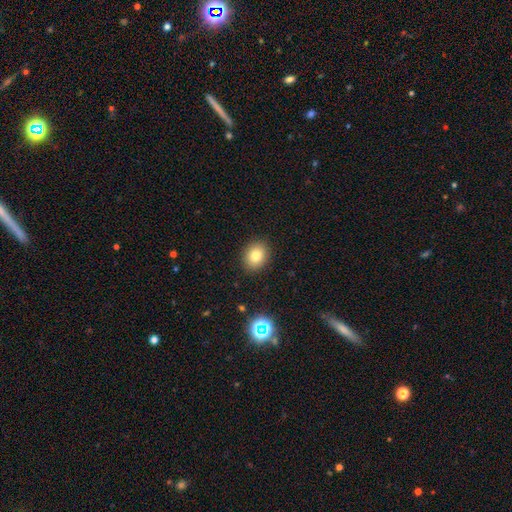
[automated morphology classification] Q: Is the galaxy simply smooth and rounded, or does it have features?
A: smooth — 81%.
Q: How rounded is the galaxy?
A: round — 57%.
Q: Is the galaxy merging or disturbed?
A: none — 89%.